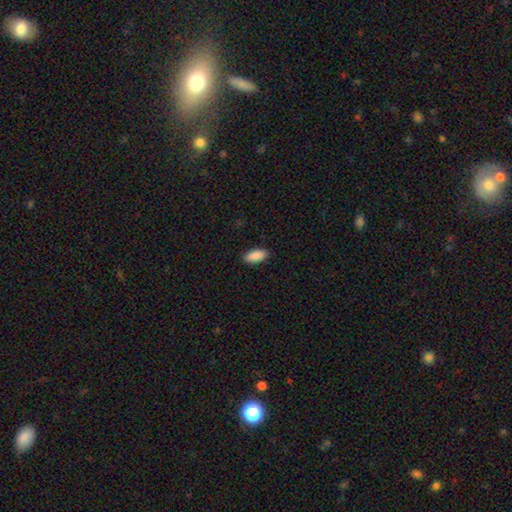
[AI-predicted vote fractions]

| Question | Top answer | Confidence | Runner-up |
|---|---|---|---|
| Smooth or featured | smooth | 90% | star or artifact (6%) |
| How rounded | in between | 89% | cigar-shaped (9%) |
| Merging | none | 89% | minor disturbance (8%) |